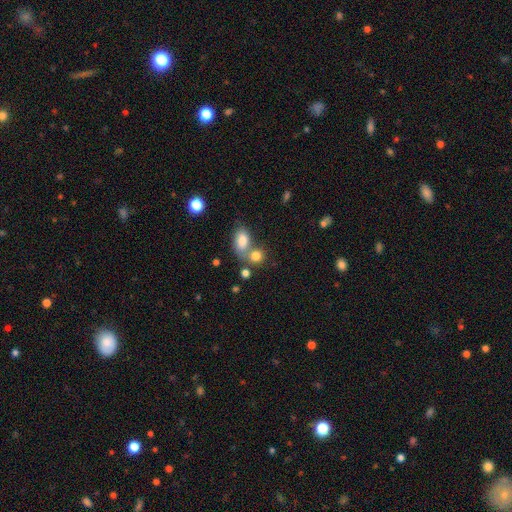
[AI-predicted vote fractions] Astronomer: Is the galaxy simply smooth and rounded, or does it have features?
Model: smooth — 80%.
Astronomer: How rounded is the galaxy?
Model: round — 49%, tied with in between at 49%.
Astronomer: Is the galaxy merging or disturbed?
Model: merger — 45% (runner-up: none, 41%).